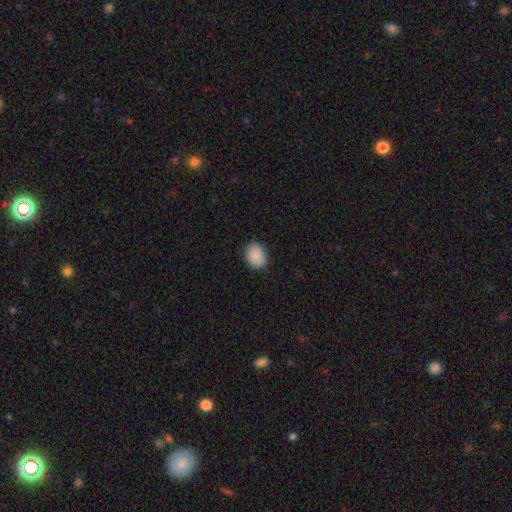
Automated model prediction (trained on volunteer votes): A smooth galaxy with no disk features (88%) that is in between round and cigar-shaped (59%). Merging: none (85%).